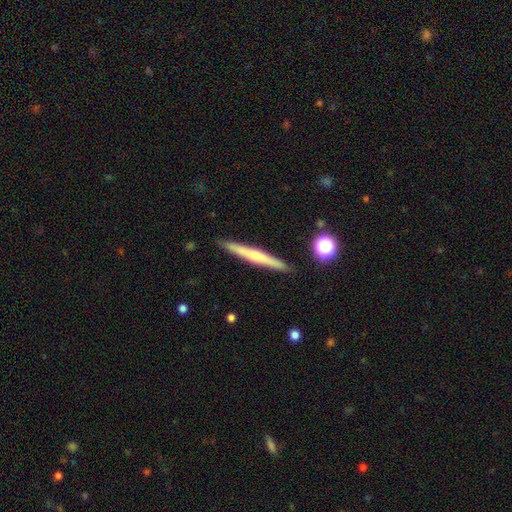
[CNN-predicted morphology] Smooth or featured: featured or disk — 51% (smooth — 43%)
Edge-on disk: yes — 97% (no — 3%)
Merging: none — 91% (minor disturbance — 7%)